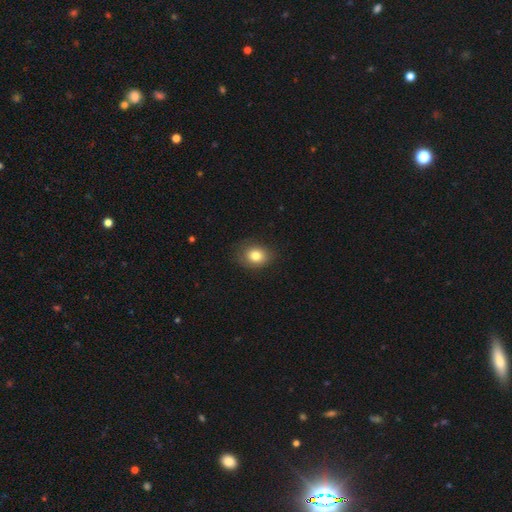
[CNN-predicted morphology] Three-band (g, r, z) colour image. It shows a smooth galaxy with no disk features (81%) that is round (50%). Merging: none (81%).